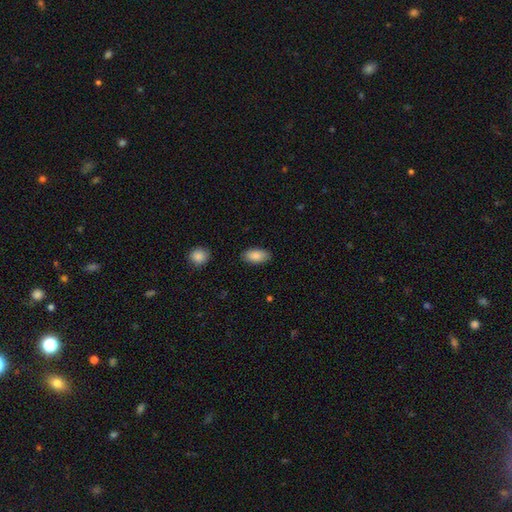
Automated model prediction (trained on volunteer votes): This is clearly a smooth galaxy (87%). How rounded: clearly in between (93%). Merging: clearly none (87%).